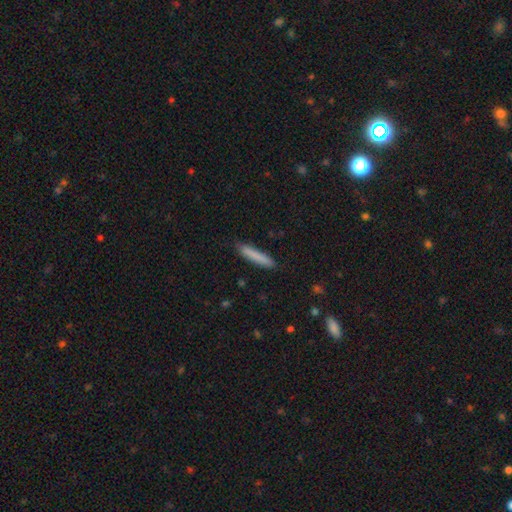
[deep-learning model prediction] Smooth or featured? smooth (83%)
How rounded? cigar-shaped (92%)
Merging? none (86%)